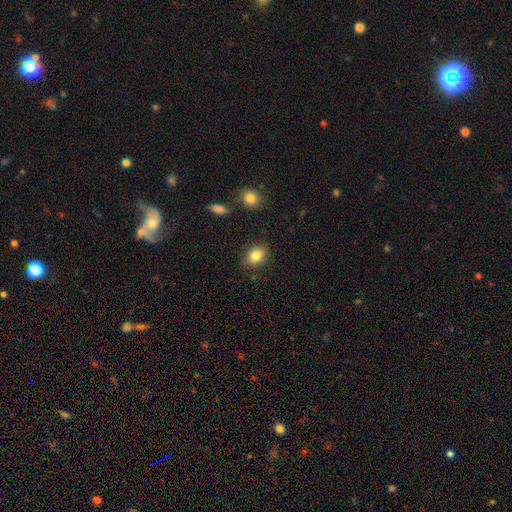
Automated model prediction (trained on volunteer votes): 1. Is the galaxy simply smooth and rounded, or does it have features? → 83% smooth, 9% star or artifact, 8% featured or disk.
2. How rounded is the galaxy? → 56% in between, 42% round, 1% cigar-shaped.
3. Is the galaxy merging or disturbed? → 86% none, 10% minor disturbance, 3% major disturbance, 2% merger.